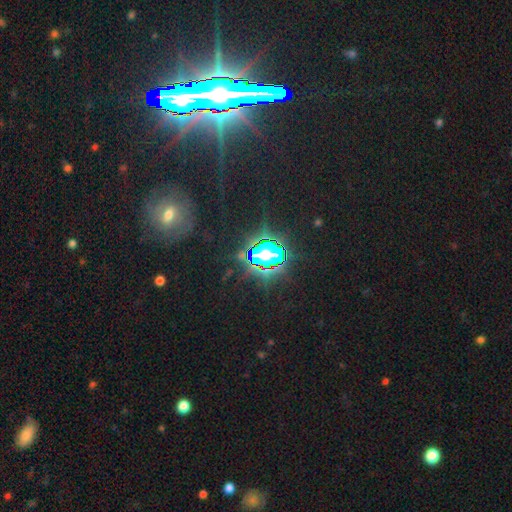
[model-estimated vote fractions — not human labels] Smooth or featured: star or artifact — 80% (featured or disk — 10%)